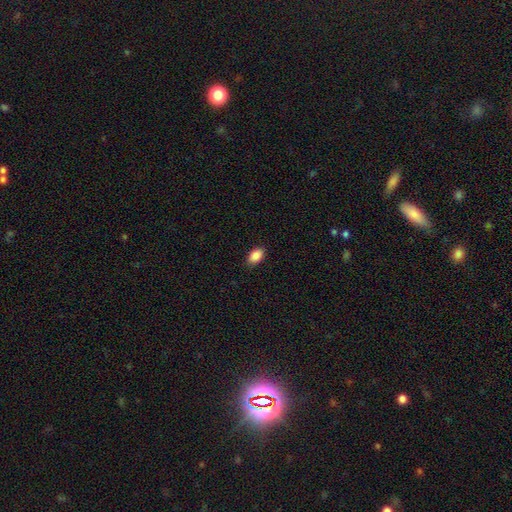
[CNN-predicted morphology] smooth_or_featured: smooth (p=0.89) [alt: star or artifact p=0.08]
how_rounded: in between (p=0.91) [alt: round p=0.08]
merging: none (p=0.87) [alt: minor disturbance p=0.10]